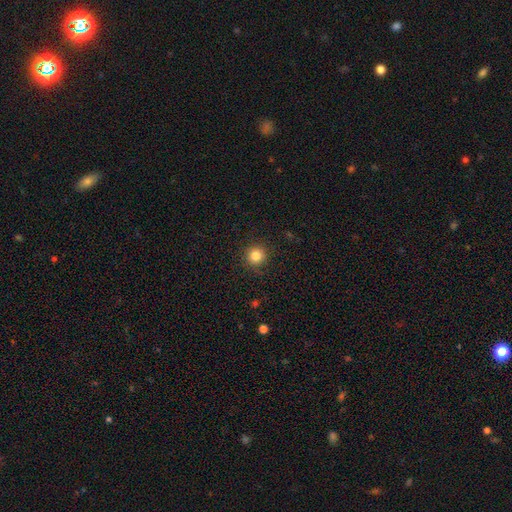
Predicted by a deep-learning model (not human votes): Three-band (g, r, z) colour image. It shows a smooth galaxy with no disk features (82%) that is round (95%). Merging: none (91%).